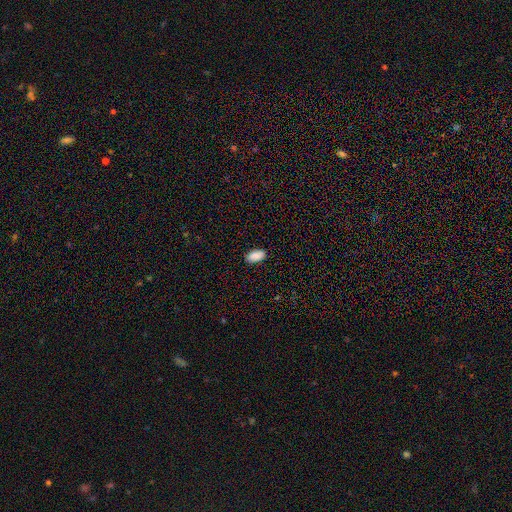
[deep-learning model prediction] Smooth or featured? smooth (87%)
How rounded? in between (94%)
Merging? none (87%)